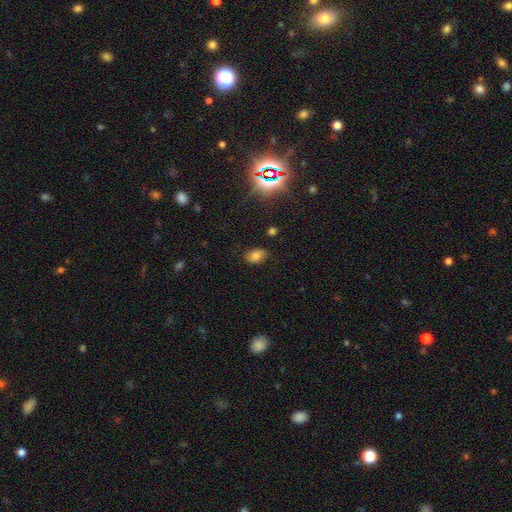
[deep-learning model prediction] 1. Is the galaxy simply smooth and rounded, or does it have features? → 74% smooth, 16% star or artifact, 10% featured or disk.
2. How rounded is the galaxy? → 86% in between, 13% round, 1% cigar-shaped.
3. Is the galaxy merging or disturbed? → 81% none, 14% minor disturbance, 3% major disturbance, 2% merger.